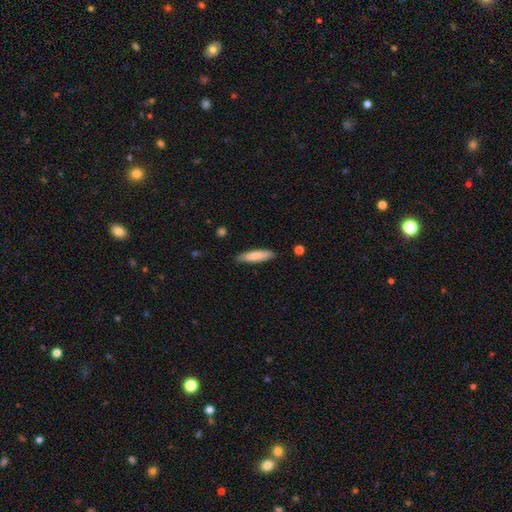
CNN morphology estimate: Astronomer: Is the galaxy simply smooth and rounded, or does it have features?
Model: smooth — 81%.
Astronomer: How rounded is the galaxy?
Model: cigar-shaped — 77%.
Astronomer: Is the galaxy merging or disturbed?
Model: none — 83%.